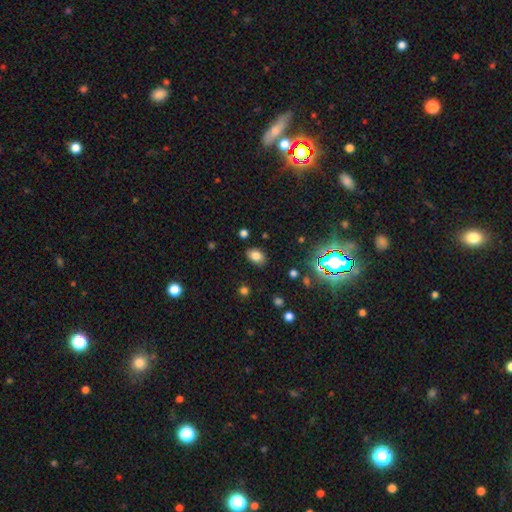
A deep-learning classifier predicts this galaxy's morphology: A smooth galaxy with no disk features (77%) that is in between round and cigar-shaped (80%).

Vote fractions:
- Smooth or featured? smooth: 77% / star or artifact: 15% / featured or disk: 7%
- How rounded? in between: 80% / round: 19% / cigar-shaped: 1%
- Merging? none: 83% / minor disturbance: 12% / major disturbance: 3% / merger: 2%